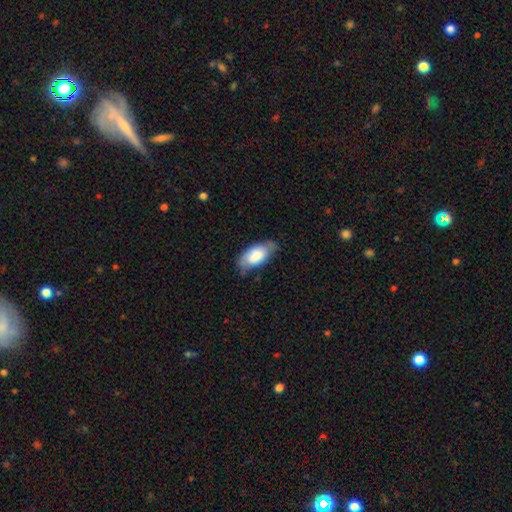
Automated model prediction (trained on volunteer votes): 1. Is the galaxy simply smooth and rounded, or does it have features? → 74% smooth, 20% featured or disk, 6% star or artifact.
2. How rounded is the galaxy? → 93% in between, 5% cigar-shaped, 2% round.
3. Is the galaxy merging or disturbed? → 65% none, 27% minor disturbance, 6% major disturbance, 2% merger.